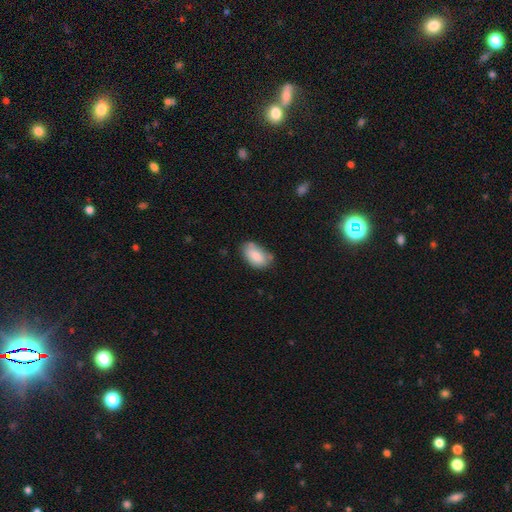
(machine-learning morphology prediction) Smooth or featured: smooth — 82% (featured or disk — 11%)
How rounded: in between — 93% (round — 5%)
Merging: none — 61% (minor disturbance — 30%)